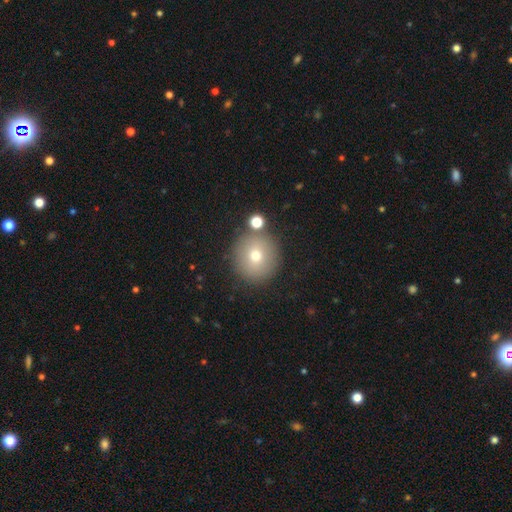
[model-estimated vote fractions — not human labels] A smooth galaxy with no disk features (69%) that is round (92%). Merging: none (81%).